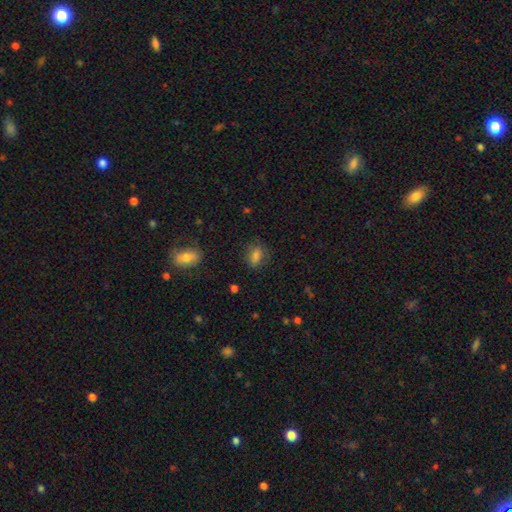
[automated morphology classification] The model was most divided on "how rounded": in between: 65%, round: 31%, cigar-shaped: 3%. More confident: merging — none (80%); smooth or featured — smooth (75%).